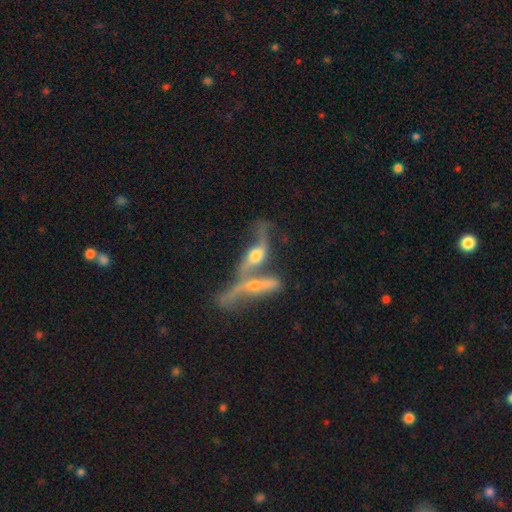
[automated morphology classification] Smooth or featured? Predicted: featured or disk (p=0.72). Edge-on disk? Predicted: no (p=0.60). Merging? Predicted: merger (p=0.65).